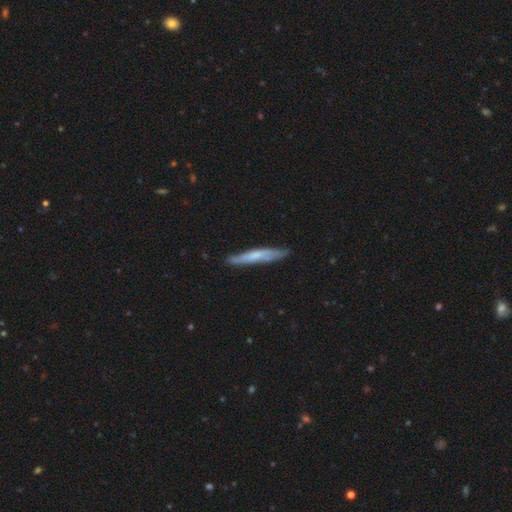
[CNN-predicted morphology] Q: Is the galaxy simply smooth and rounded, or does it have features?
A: smooth — 51%.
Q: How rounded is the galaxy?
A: cigar-shaped — 93%.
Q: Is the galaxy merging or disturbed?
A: none — 80%.